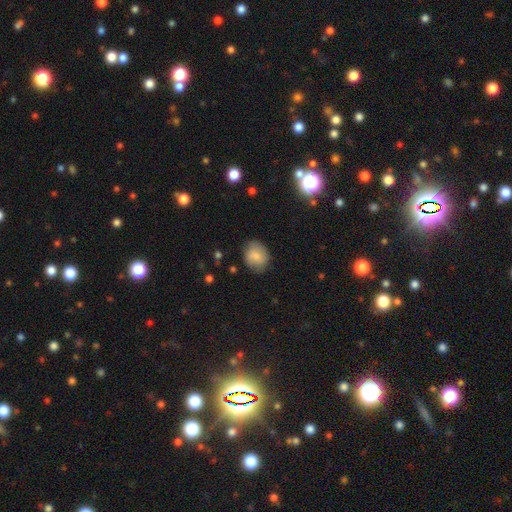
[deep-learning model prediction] smooth_or_featured: smooth (p=0.74) [alt: featured or disk p=0.18]
how_rounded: round (p=0.58) [alt: in between p=0.40]
merging: none (p=0.76) [alt: minor disturbance p=0.18]